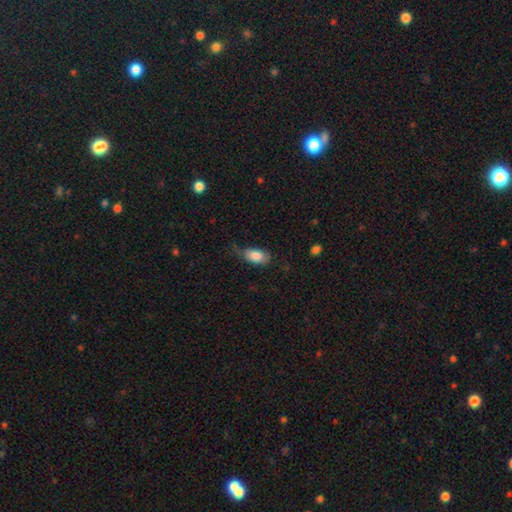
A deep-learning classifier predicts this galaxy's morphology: smooth 83%, featured or disk 10%, star or artifact 7%. Down the decision tree: how rounded — in between (91%); merging — none (49%).